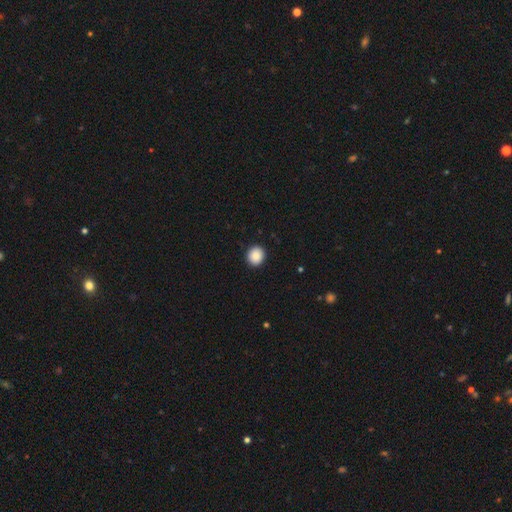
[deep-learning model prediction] A smooth galaxy with no disk features (89%) that is round (83%). Merging: none (92%).